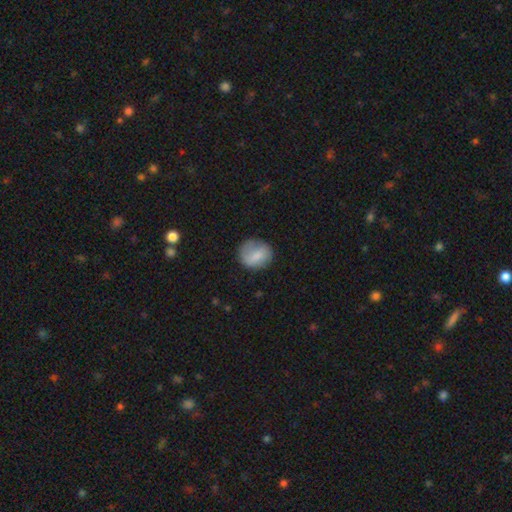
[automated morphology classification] Smooth or featured?
  - smooth: 76% *
  - featured or disk: 16%
  - star or artifact: 7%
How rounded?
  - round: 76% *
  - in between: 23%
  - cigar-shaped: 1%
Merging?
  - none: 72% *
  - minor disturbance: 19%
  - major disturbance: 7%
  - merger: 1%